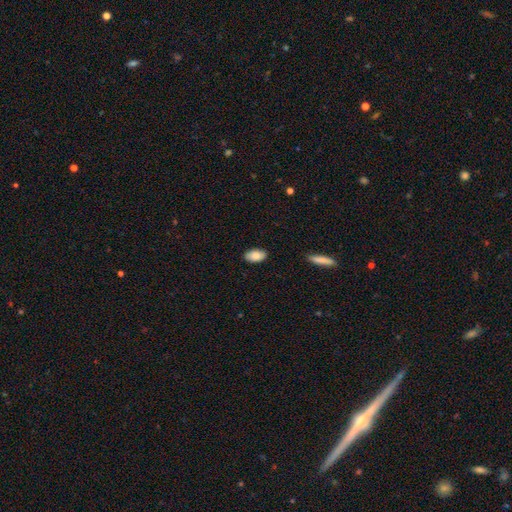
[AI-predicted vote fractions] Smooth or featured: smooth — 88% (star or artifact — 7%)
How rounded: in between — 94% (round — 4%)
Merging: none — 86% (minor disturbance — 10%)